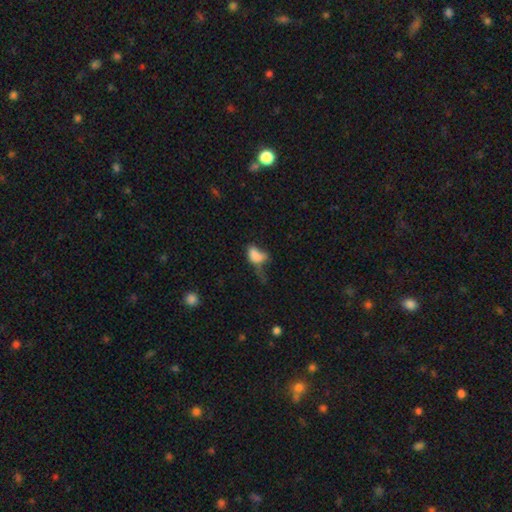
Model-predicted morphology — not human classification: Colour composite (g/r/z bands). It shows a smooth galaxy with no disk features (70%) that is in between round and cigar-shaped (86%). Merging: major disturbance (46%).